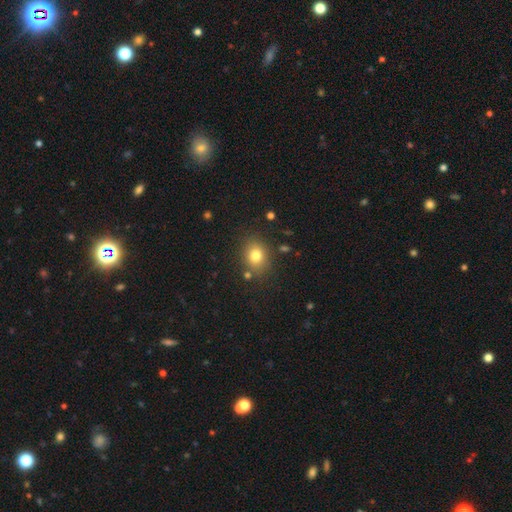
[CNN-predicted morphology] Smooth or featured?
  - smooth: 78% *
  - star or artifact: 13%
  - featured or disk: 9%
How rounded?
  - round: 59% *
  - in between: 40%
  - cigar-shaped: 1%
Merging?
  - none: 81% *
  - minor disturbance: 11%
  - merger: 5%
  - major disturbance: 4%